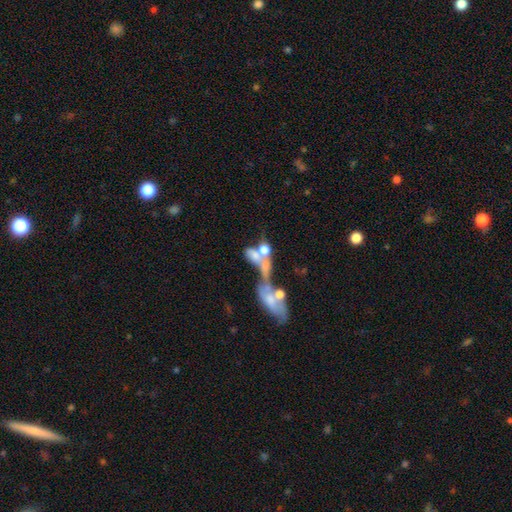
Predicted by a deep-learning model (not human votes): This is possibly a smooth galaxy (49%). Merging: likely merger (65%).